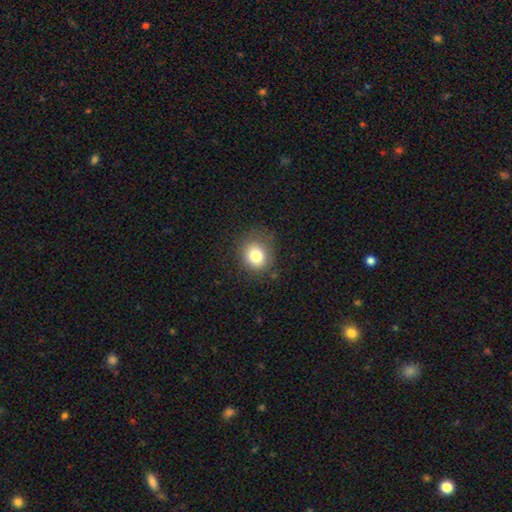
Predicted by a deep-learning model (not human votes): smooth 79%, star or artifact 12%, featured or disk 9%. Down the decision tree: how rounded — round (73%); merging — none (80%).